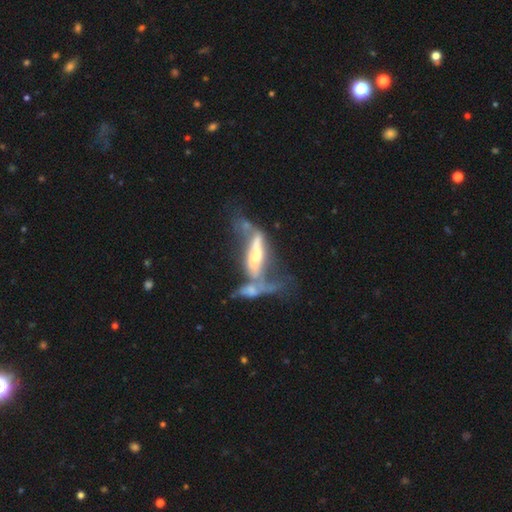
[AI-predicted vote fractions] Smooth or featured? featured or disk (78%)
Edge-on disk? no (53%)
Merging? merger (52%)